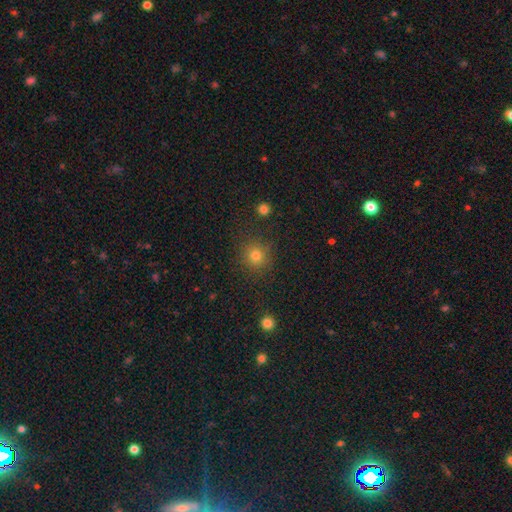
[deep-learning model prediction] smooth_or_featured: smooth (p=0.78) [alt: star or artifact p=0.16]
how_rounded: round (p=0.92) [alt: in between p=0.07]
merging: none (p=0.88) [alt: minor disturbance p=0.07]